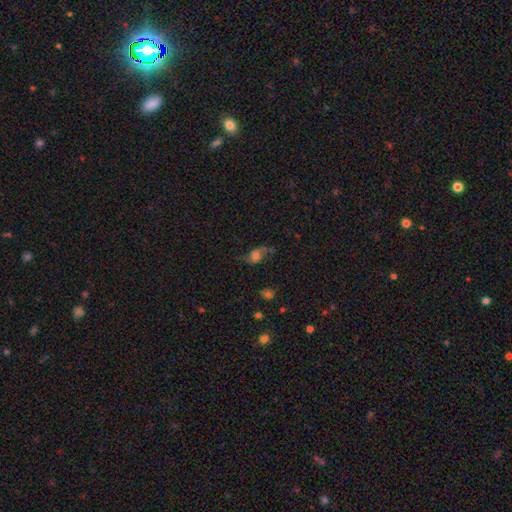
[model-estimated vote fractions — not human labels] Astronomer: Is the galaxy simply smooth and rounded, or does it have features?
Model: smooth — 51% (runner-up: featured or disk, 34%).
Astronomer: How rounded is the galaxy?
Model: in between — 70%.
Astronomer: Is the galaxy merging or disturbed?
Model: none — 48% (runner-up: minor disturbance, 26%).